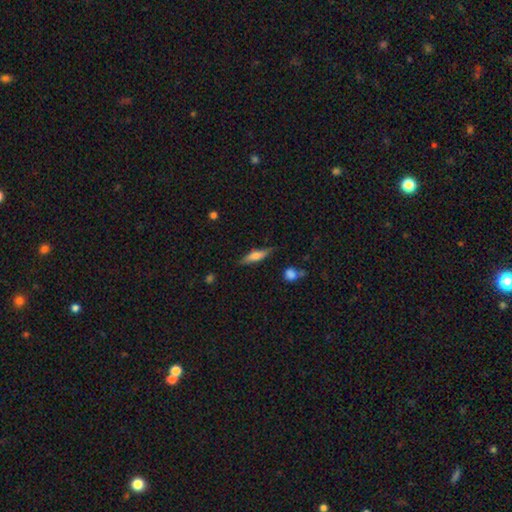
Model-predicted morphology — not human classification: smooth-or-featured: smooth: 59% | featured or disk: 34% | star or artifact: 7%
  how-rounded: cigar-shaped: 64% | in between: 34% | round: 3%
  merging: none: 79% | minor disturbance: 15% | major disturbance: 3% | merger: 2%